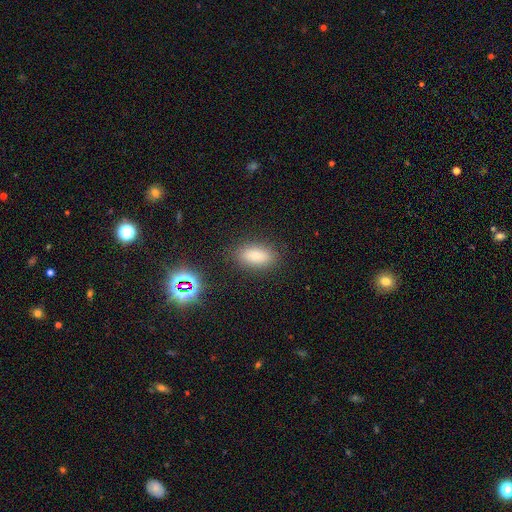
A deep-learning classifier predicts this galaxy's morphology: A smooth galaxy with no disk features (83%) that is in between round and cigar-shaped (86%). Merging: none (84%).